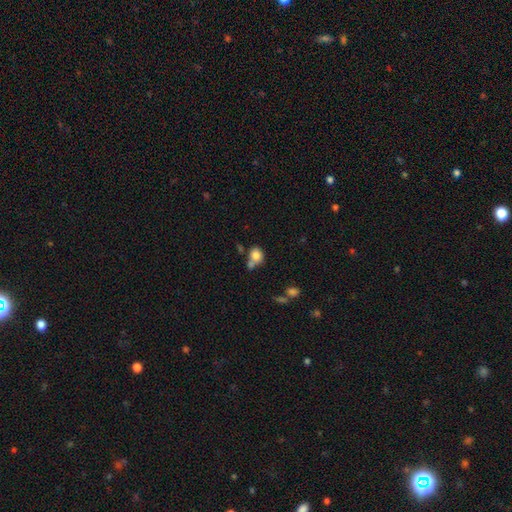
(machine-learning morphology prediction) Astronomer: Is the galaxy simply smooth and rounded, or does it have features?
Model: smooth — 81%.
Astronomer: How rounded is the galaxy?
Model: round — 66%.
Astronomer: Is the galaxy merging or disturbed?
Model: none — 45% (runner-up: merger, 35%).